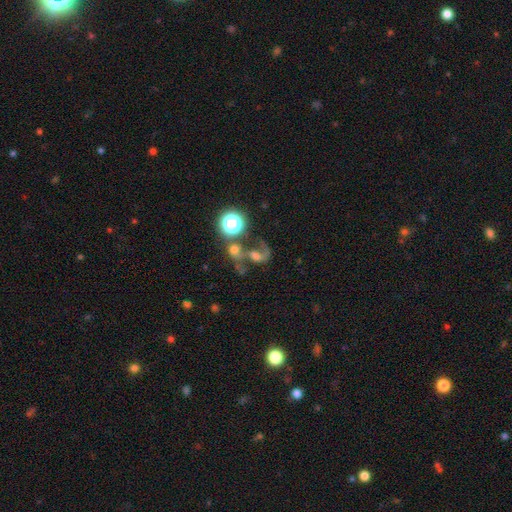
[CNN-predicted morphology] featured or disk 56%, star or artifact 23%, smooth 21%. Down the decision tree: edge-on disk — no (96%); bar — no (53%); spiral arms — yes (83%); bulge size — moderate (44%); merging — merger (39%).